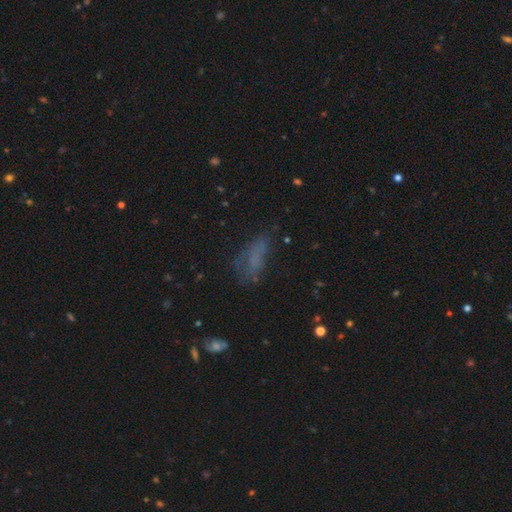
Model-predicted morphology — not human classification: Smooth or featured: smooth — 56% (featured or disk — 23%)
How rounded: in between — 67% (cigar-shaped — 28%)
Merging: none — 46% (major disturbance — 27%)